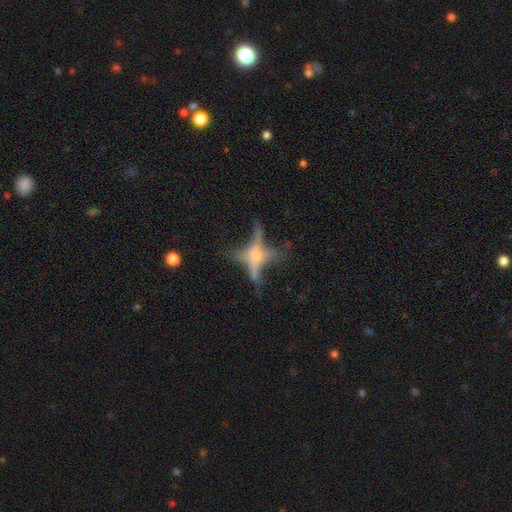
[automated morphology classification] A featured or disk galaxy (68%) viewed edge-on (65%). Merging: none (50%).